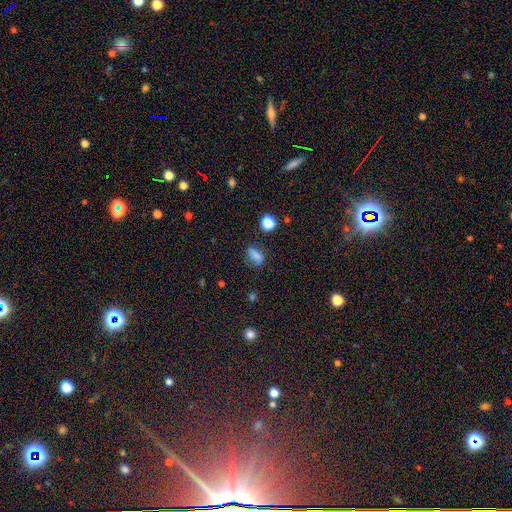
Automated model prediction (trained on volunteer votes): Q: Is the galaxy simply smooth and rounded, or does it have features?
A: smooth — 73%.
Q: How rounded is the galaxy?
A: in between — 72%.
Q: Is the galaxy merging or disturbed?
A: none — 65%.